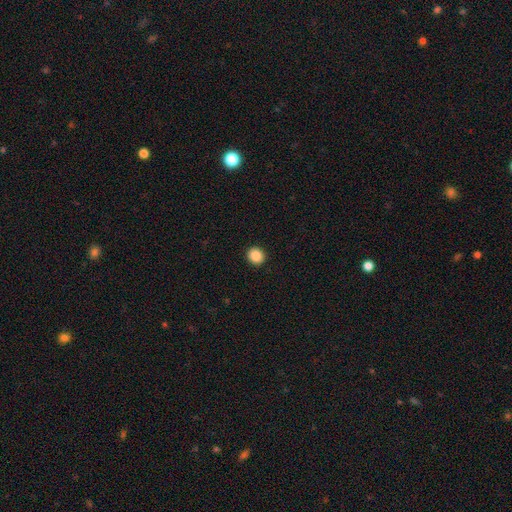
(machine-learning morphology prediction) A smooth galaxy with no disk features (88%) that is round (87%). Merging: none (93%).